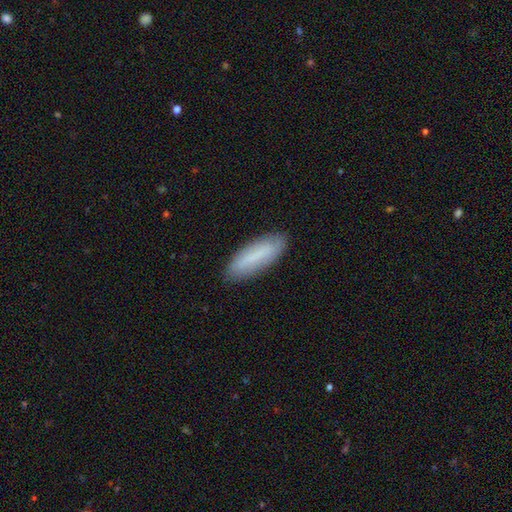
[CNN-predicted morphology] Overall: smooth (70%). How rounded: cigar-shaped (51%; in between 47%). Merging: none (84%).